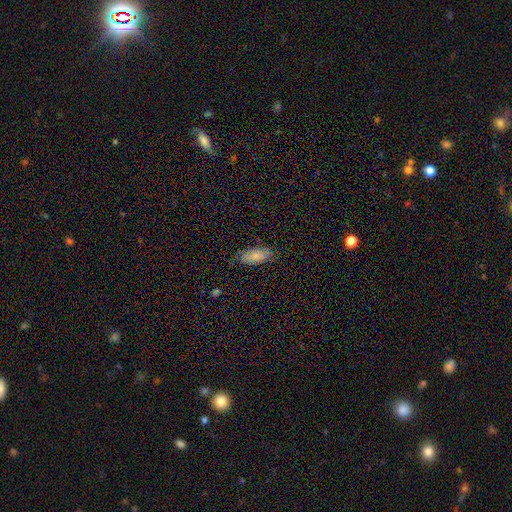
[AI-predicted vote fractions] Smooth or featured: smooth — 80% (featured or disk — 13%)
How rounded: in between — 87% (cigar-shaped — 11%)
Merging: none — 77% (minor disturbance — 18%)